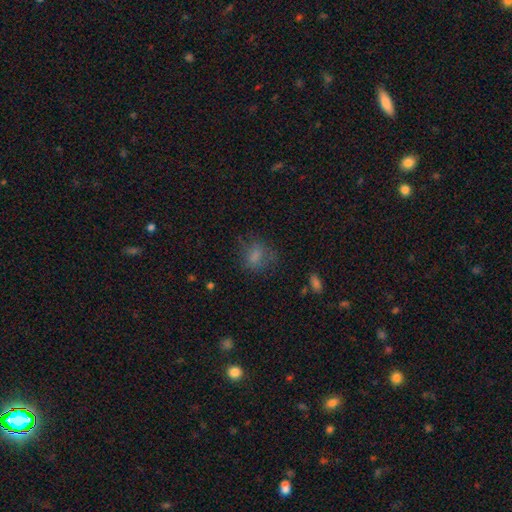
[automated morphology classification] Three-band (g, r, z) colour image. It shows a smooth galaxy with no disk features (73%) that is in between round and cigar-shaped (49%, tied with round). Merging: none (60%).